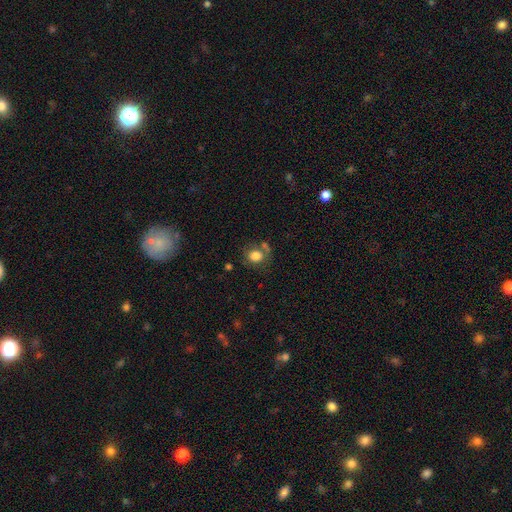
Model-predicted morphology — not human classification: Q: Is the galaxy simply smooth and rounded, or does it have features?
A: smooth — 78%.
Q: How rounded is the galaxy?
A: round — 72%.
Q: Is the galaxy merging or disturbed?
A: none — 59%.